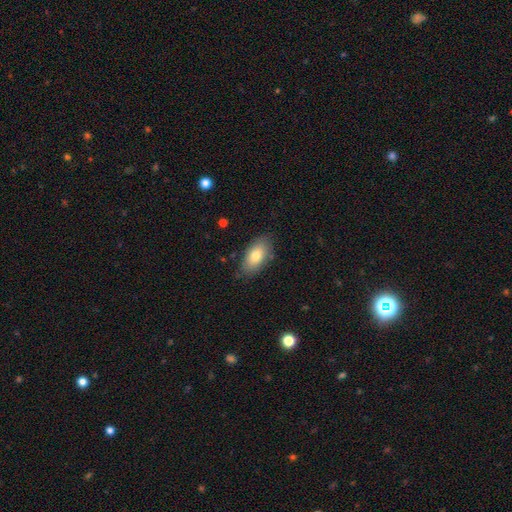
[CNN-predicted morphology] smooth_or_featured: smooth (p=0.77) [alt: featured or disk p=0.16]
how_rounded: in between (p=0.91) [alt: cigar-shaped p=0.05]
merging: none (p=0.81) [alt: minor disturbance p=0.14]